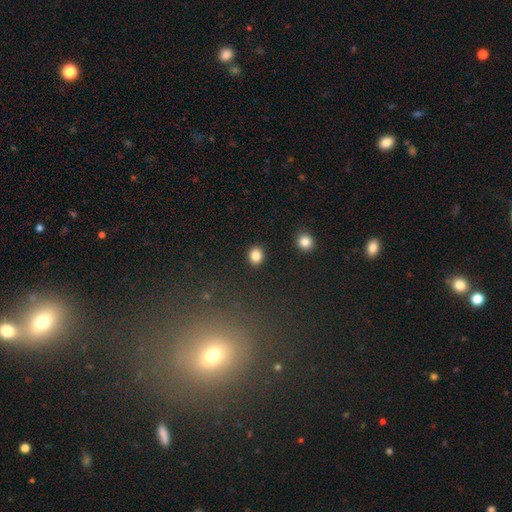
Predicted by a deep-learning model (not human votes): Smooth or featured: smooth — 85% (star or artifact — 11%)
How rounded: round — 72% (in between — 27%)
Merging: none — 90% (minor disturbance — 6%)